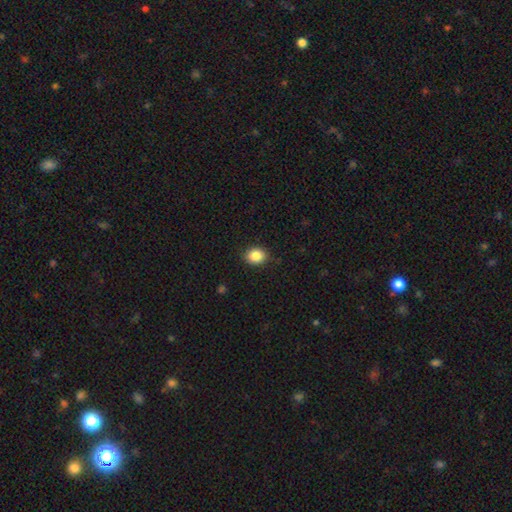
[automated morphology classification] smooth 86%, star or artifact 9%, featured or disk 5%. Down the decision tree: how rounded — round (54%); merging — none (88%).